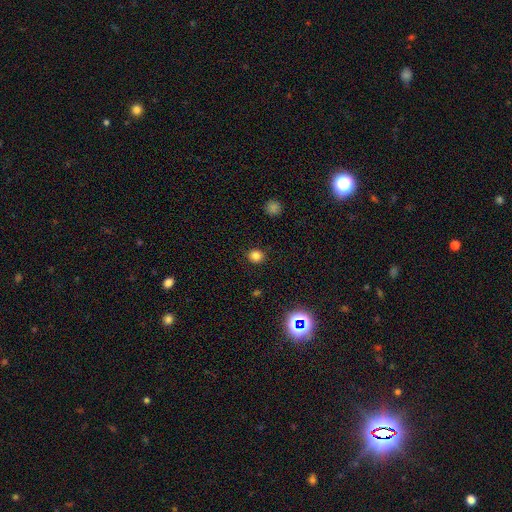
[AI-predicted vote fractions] Q: Smooth or featured?
A: smooth (82%); runner-up: star or artifact (14%)
Q: How rounded?
A: round (86%); runner-up: in between (14%)
Q: Merging?
A: none (90%); runner-up: minor disturbance (7%)